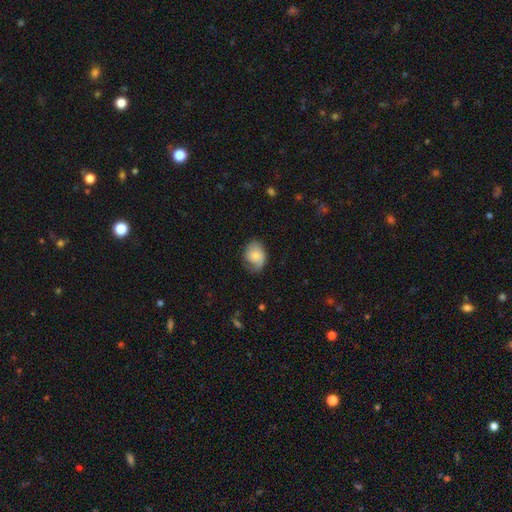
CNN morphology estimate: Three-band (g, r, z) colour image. It shows a smooth galaxy with no disk features (64%) that is in between round and cigar-shaped (64%). Merging: none (55%).